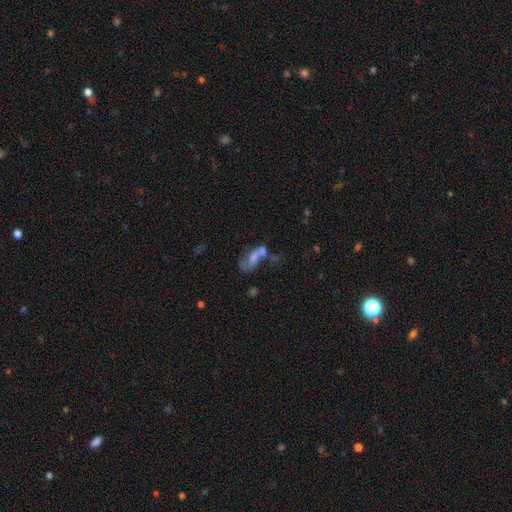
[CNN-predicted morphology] Smooth or featured? Predicted: smooth (p=0.43, tied with featured or disk). Merging? Predicted: merger (p=0.46).